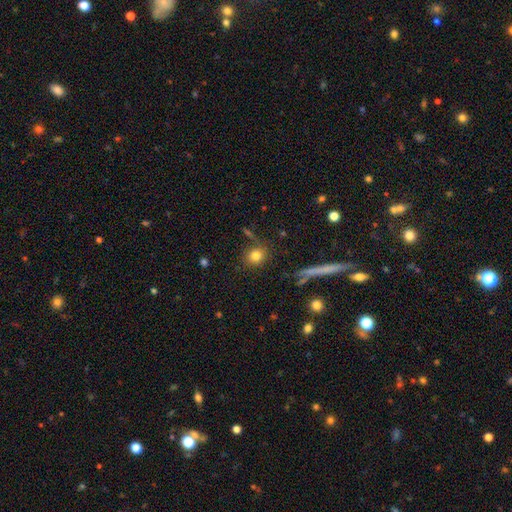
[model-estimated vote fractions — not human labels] A smooth galaxy with no disk features (81%) that is round (83%). Merging: none (77%).